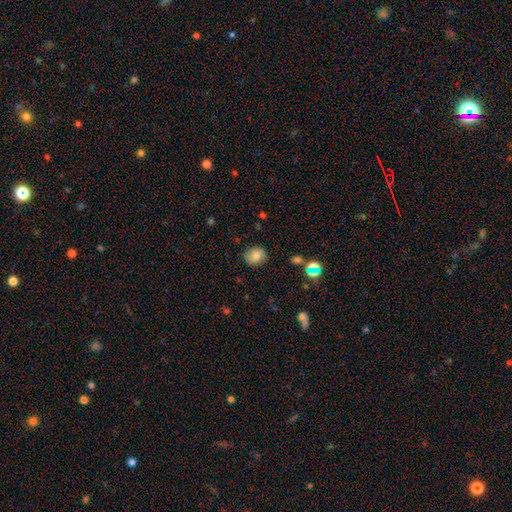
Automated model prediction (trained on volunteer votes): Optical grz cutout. It shows a smooth galaxy with no disk features (72%) that is round (65%). Merging: none (78%).